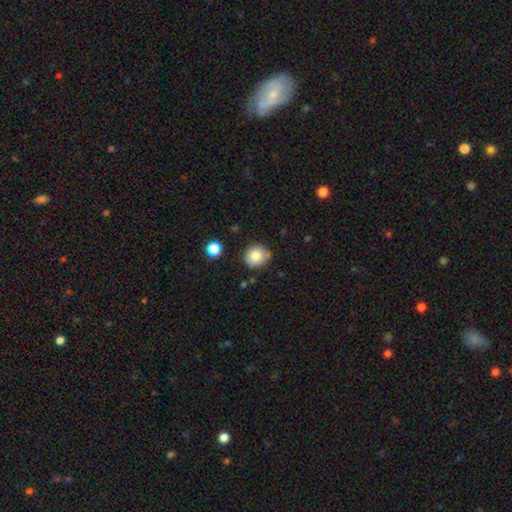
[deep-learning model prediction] smooth-or-featured: smooth: 82% | star or artifact: 10% | featured or disk: 9%
  how-rounded: round: 86% | in between: 13% | cigar-shaped: 1%
  merging: none: 75% | minor disturbance: 17% | merger: 5% | major disturbance: 3%